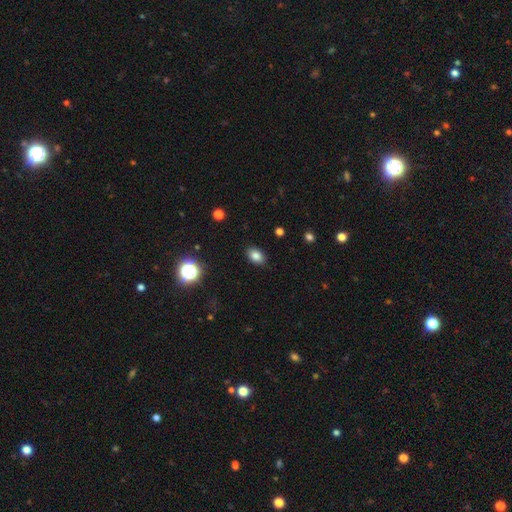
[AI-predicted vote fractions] The model was most divided on "how rounded": in between: 83%, round: 16%, cigar-shaped: 1%. More confident: merging — none (88%); smooth or featured — smooth (82%).